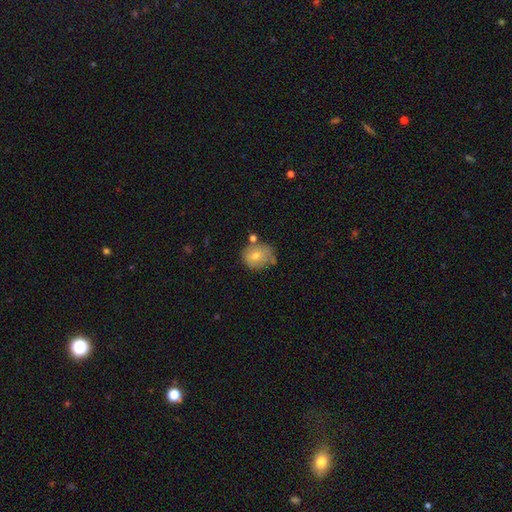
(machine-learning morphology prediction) Smooth or featured: smooth — 67% (featured or disk — 22%)
How rounded: round — 65% (in between — 34%)
Merging: none — 59% (minor disturbance — 24%)